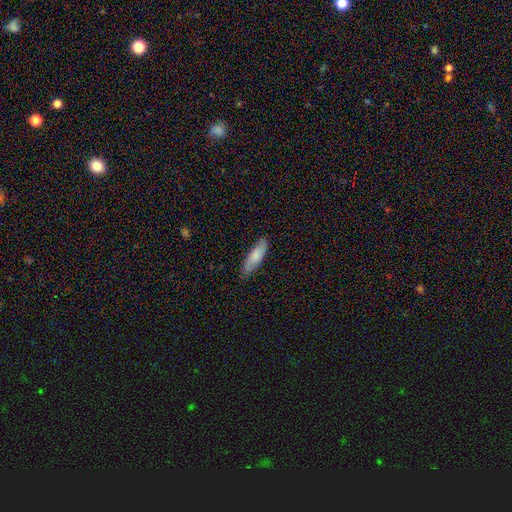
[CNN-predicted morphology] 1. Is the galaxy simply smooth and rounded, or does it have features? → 75% smooth, 19% featured or disk, 6% star or artifact.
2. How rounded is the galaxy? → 50% in between, 48% cigar-shaped, 2% round.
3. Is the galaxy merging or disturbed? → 83% none, 14% minor disturbance, 2% major disturbance, 1% merger.